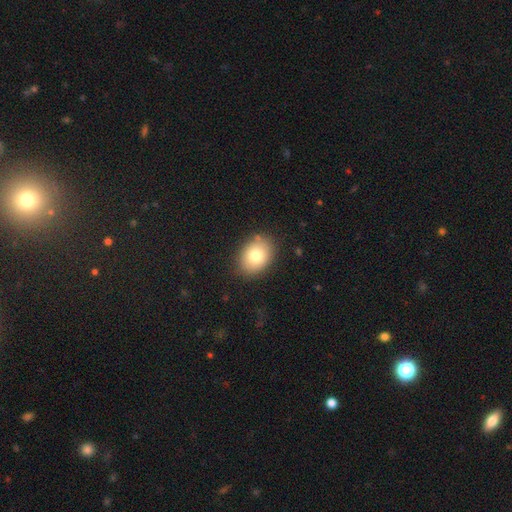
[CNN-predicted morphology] smooth_or_featured: smooth (p=0.79) [alt: featured or disk p=0.13]
how_rounded: in between (p=0.68) [alt: round p=0.31]
merging: none (p=0.84) [alt: minor disturbance p=0.12]